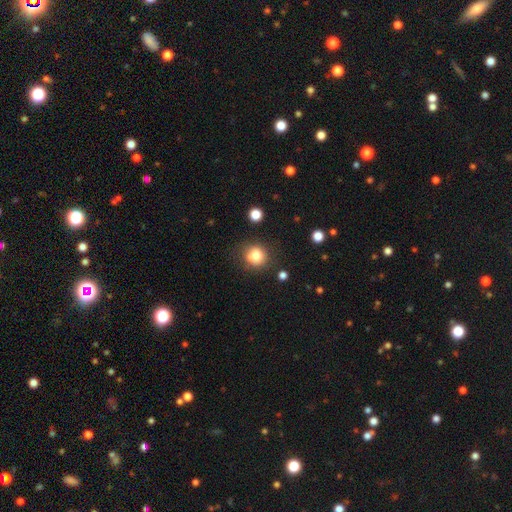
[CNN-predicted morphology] Smooth or featured?
  - smooth: 77% *
  - star or artifact: 12%
  - featured or disk: 11%
How rounded?
  - round: 85% *
  - in between: 14%
  - cigar-shaped: 1%
Merging?
  - none: 71% *
  - minor disturbance: 15%
  - merger: 10%
  - major disturbance: 5%